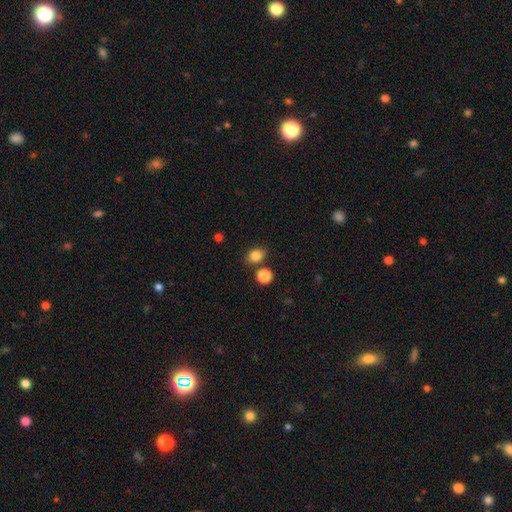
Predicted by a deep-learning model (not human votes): smooth-or-featured: smooth: 83% | star or artifact: 11% | featured or disk: 5%
  how-rounded: in between: 54% | round: 45% | cigar-shaped: 1%
  merging: none: 78% | minor disturbance: 11% | merger: 9% | major disturbance: 3%